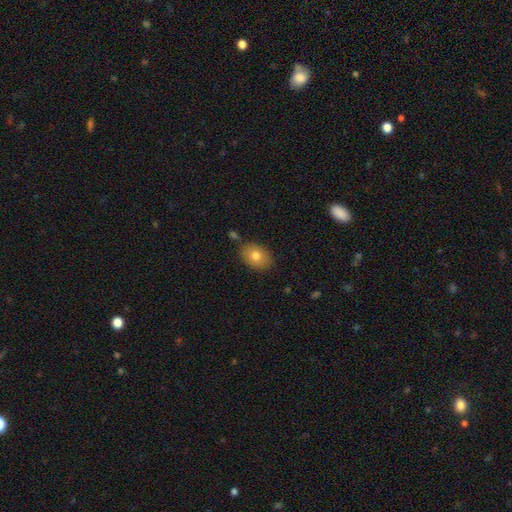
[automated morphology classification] The model was most divided on "how rounded": in between: 74%, round: 25%, cigar-shaped: 1%. More confident: merging — none (82%); smooth or featured — smooth (78%).